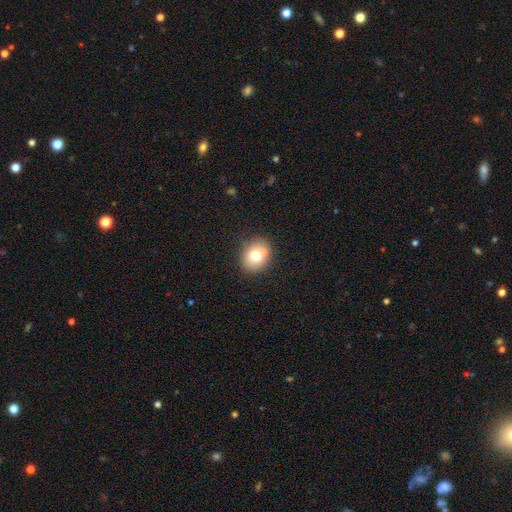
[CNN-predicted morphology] Q: Smooth or featured?
A: smooth (70%); runner-up: featured or disk (19%)
Q: How rounded?
A: round (64%); runner-up: in between (35%)
Q: Merging?
A: none (65%); runner-up: merger (21%)